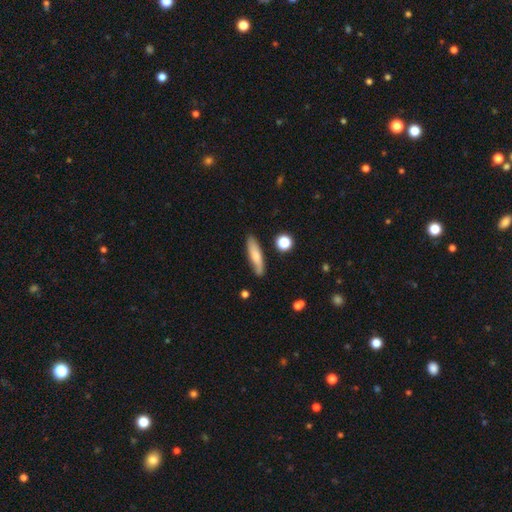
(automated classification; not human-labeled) Smooth or featured? smooth (67%)
How rounded? cigar-shaped (75%)
Merging? none (79%)